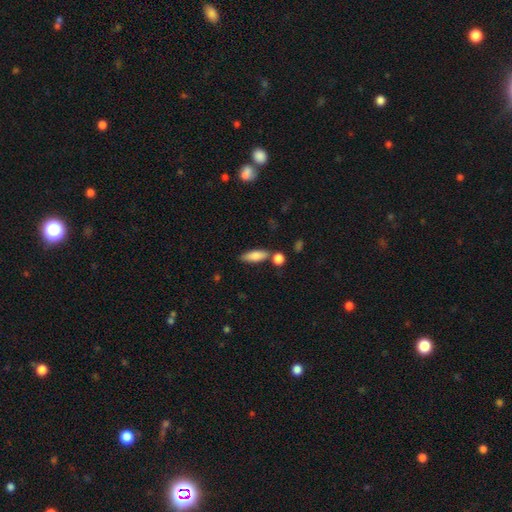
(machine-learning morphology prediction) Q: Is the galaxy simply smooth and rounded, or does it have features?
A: smooth — 80%.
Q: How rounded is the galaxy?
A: in between — 61%.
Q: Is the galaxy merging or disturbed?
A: none — 70%.